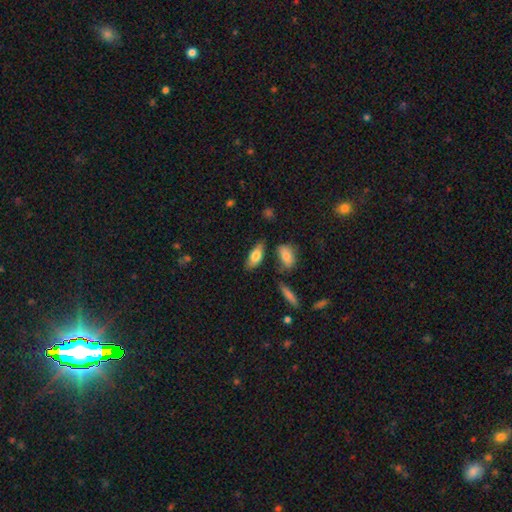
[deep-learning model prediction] Smooth or featured: smooth — 75% (featured or disk — 18%)
How rounded: in between — 81% (cigar-shaped — 16%)
Merging: none — 73% (minor disturbance — 16%)